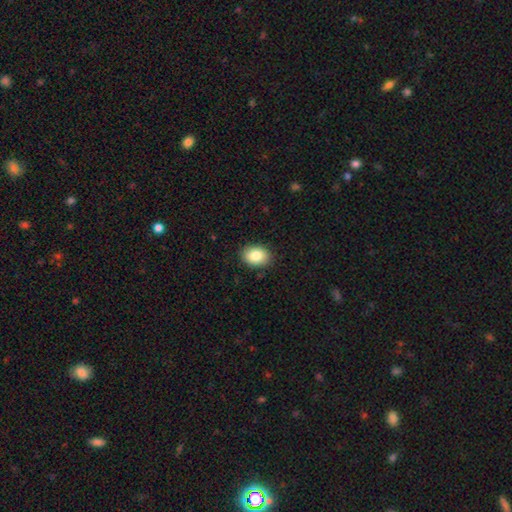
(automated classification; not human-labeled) This appears to be a smooth galaxy with no disk features (86%) that is in between round and cigar-shaped (72%). Merging: none (88%).